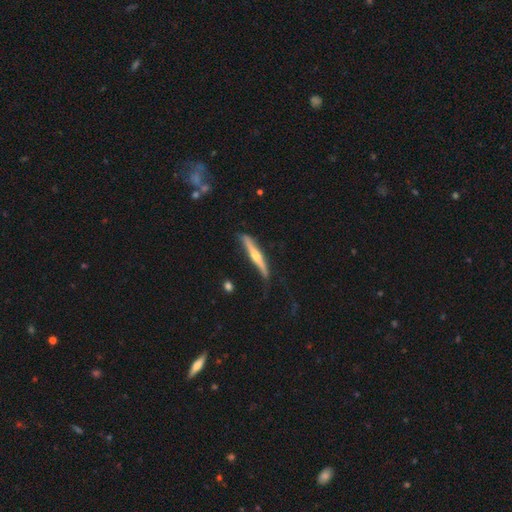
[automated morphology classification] A featured or disk galaxy (70%) viewed edge-on (95%) with a rounded central bulge (88%). Merging: none (74%).